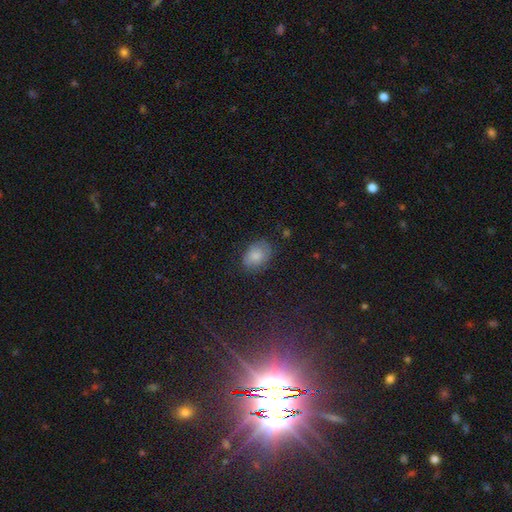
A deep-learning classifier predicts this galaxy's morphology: Smooth or featured? smooth (80%)
How rounded? in between (78%)
Merging? none (75%)